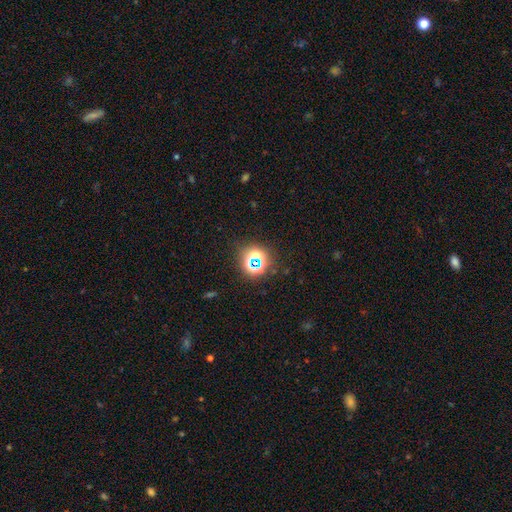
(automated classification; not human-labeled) A star or artifact, not a galaxy (60%).